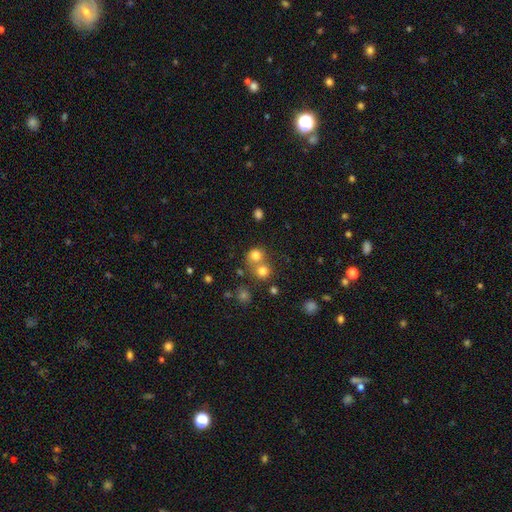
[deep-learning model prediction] Smooth or featured?
  - smooth: 76% *
  - star or artifact: 15%
  - featured or disk: 9%
How rounded?
  - round: 83% *
  - in between: 16%
  - cigar-shaped: 1%
Merging?
  - none: 46% *
  - merger: 44%
  - minor disturbance: 7%
  - major disturbance: 3%